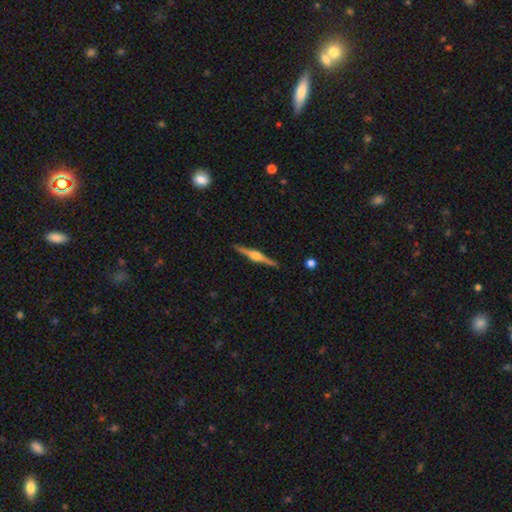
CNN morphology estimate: smooth_or_featured: featured or disk (p=0.83) [alt: smooth p=0.11]
disk_edge_on: yes (p=0.98) [alt: no p=0.02]
edge_on_bulge: rounded (p=0.83) [alt: boxy p=0.14]
merging: none (p=0.91) [alt: minor disturbance p=0.06]